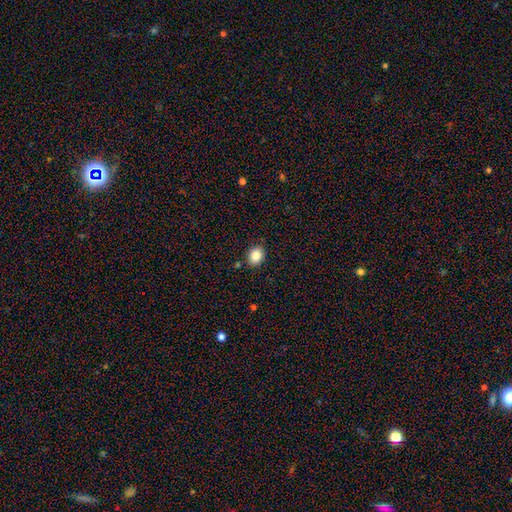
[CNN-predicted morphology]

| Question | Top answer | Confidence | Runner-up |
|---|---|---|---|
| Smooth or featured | smooth | 86% | star or artifact (9%) |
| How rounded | in between | 57% | round (42%) |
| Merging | none | 86% | minor disturbance (9%) |